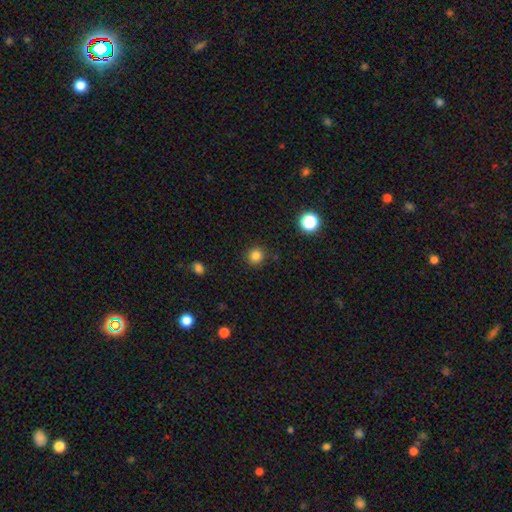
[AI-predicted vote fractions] Q: Smooth or featured?
A: smooth (83%); runner-up: star or artifact (13%)
Q: How rounded?
A: round (93%); runner-up: in between (6%)
Q: Merging?
A: none (90%); runner-up: minor disturbance (7%)